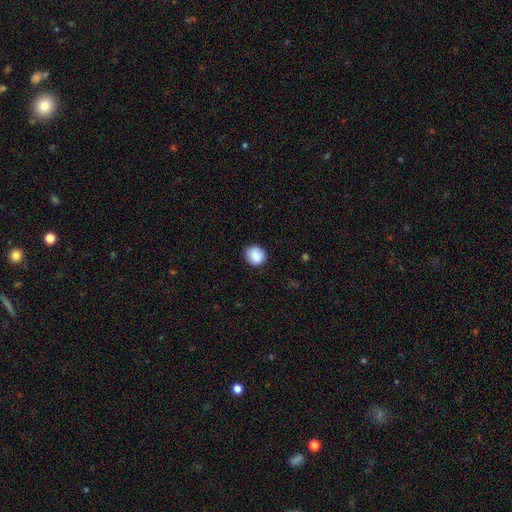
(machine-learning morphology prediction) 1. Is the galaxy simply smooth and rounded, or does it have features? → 87% smooth, 8% star or artifact, 5% featured or disk.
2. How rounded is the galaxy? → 83% round, 16% in between, 1% cigar-shaped.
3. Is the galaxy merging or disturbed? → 85% none, 12% minor disturbance, 3% major disturbance, 1% merger.